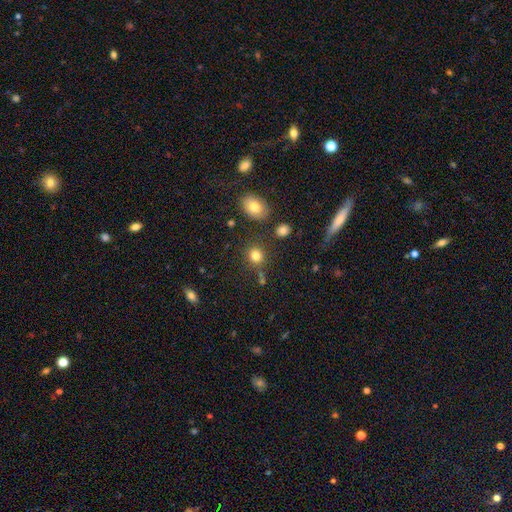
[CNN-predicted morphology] Smooth or featured: smooth — 81% (star or artifact — 12%)
How rounded: round — 81% (in between — 18%)
Merging: none — 77% (minor disturbance — 10%)